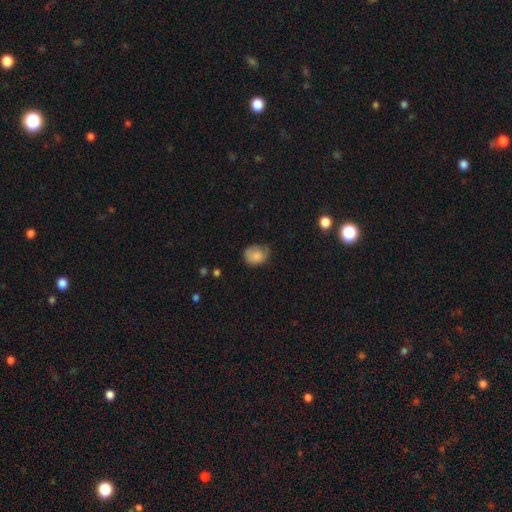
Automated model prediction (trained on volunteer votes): Morphology: type=smooth (79%); roundness=round (53%); merging=none (48%).